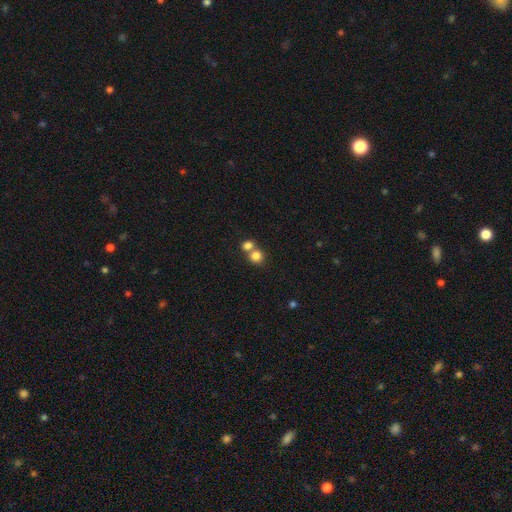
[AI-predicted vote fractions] This is clearly a smooth galaxy (81%). How rounded: clearly round (82%). Merging: possibly merger (50%).